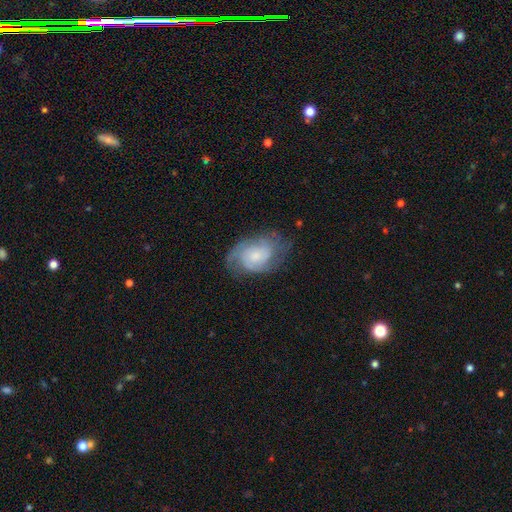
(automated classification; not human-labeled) A featured or disk galaxy (74%) with no bar (69%), 2 (39%) tight (47%) spiral arms (93%) and a small central bulge (47%).

Vote fractions:
- Smooth or featured? featured or disk: 74% / smooth: 19% / star or artifact: 6%
- Edge-on disk? no: 97% / yes: 3%
- Bar? no: 69% / weak: 28% / strong: 4%
- Spiral arms? yes: 93% / no: 7%
- Spiral winding? tight: 47% / medium: 40% / loose: 12%
- Spiral arm count? 2: 39% / can't tell: 28% / 3: 19% / 1: 6% / 4: 5% / more than 4: 4%
- Bulge size? small: 47% / moderate: 35% / none: 9% / large: 7% / dominant: 2%
- Merging? none: 64% / minor disturbance: 23% / major disturbance: 12% / merger: 1%